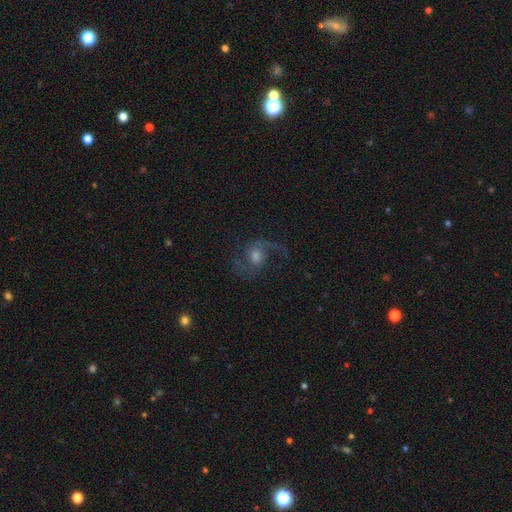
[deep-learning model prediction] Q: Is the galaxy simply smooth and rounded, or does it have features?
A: featured or disk — 77%.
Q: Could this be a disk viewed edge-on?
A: no — 97%.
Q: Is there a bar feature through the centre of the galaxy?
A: no — 64%.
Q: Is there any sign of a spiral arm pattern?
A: yes — 94%.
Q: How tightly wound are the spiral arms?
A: loose — 58%.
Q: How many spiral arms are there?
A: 2 — 84%.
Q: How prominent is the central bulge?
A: moderate — 54%.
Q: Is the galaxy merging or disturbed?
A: none — 66%.